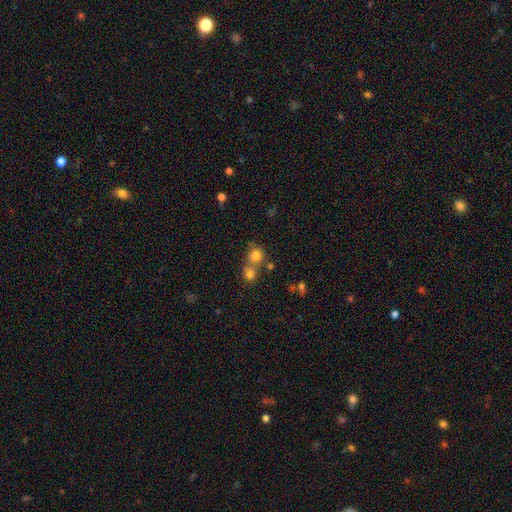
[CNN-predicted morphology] smooth 76%, star or artifact 15%, featured or disk 9%. Down the decision tree: how rounded — round (87%); merging — none (48%).